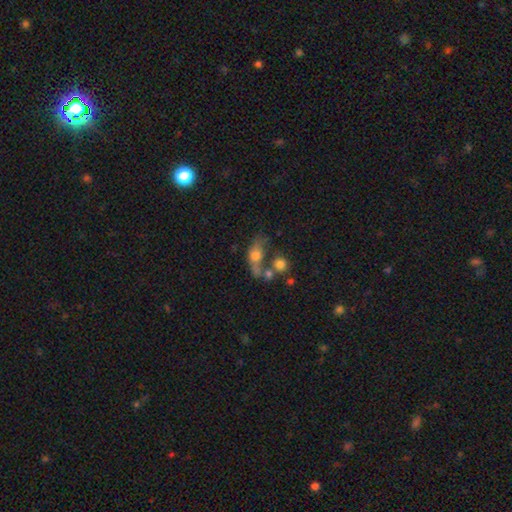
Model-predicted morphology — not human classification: This appears to be a smooth galaxy with no disk features (61%) that is in between round and cigar-shaped (69%). Merging: merger (39%).